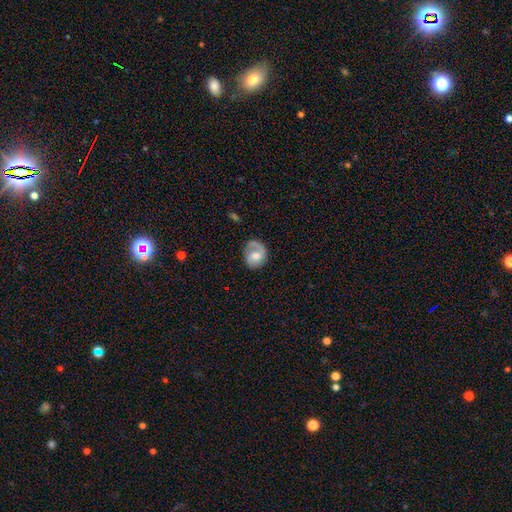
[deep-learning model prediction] smooth_or_featured: featured or disk (p=0.57) [alt: smooth p=0.36]
disk_edge_on: no (p=0.97) [alt: yes p=0.03]
bar: no (p=0.53) [alt: weak p=0.39]
has_spiral_arms: yes (p=0.84) [alt: no p=0.16]
bulge_size: moderate (p=0.59) [alt: small p=0.22]
merging: none (p=0.60) [alt: minor disturbance p=0.23]